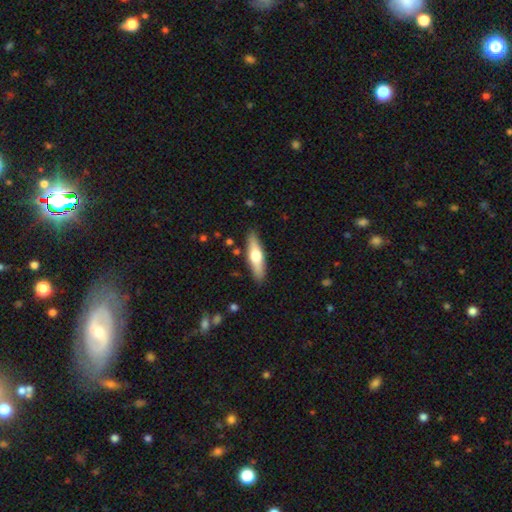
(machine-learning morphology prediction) smooth_or_featured: smooth (p=0.51) [alt: featured or disk p=0.44]
how_rounded: cigar-shaped (p=0.65) [alt: in between p=0.33]
merging: none (p=0.88) [alt: minor disturbance p=0.08]